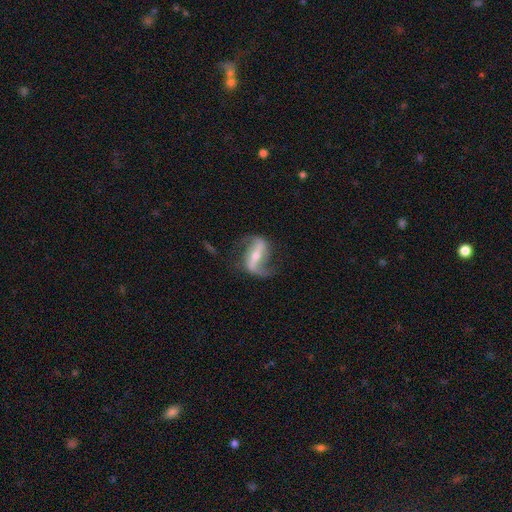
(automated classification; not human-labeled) A featured or disk galaxy (87%) with a strong bar (69%), 2 (90%) loose (68%) spiral arms (93%) and a small central bulge (52%). Merging: none (69%).